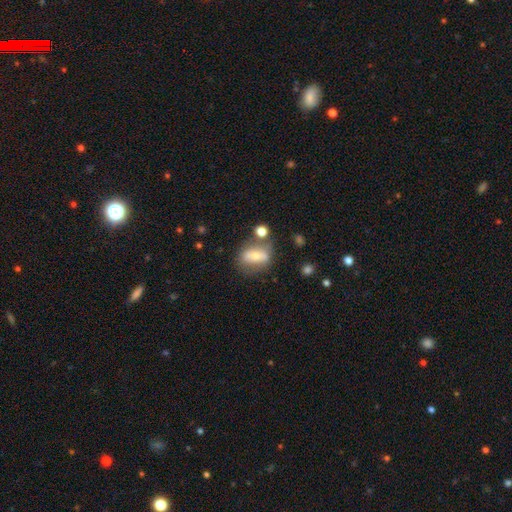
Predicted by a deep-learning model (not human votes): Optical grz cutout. It shows a smooth galaxy with no disk features (53%) that is in between round and cigar-shaped (69%). Merging: none (55%).